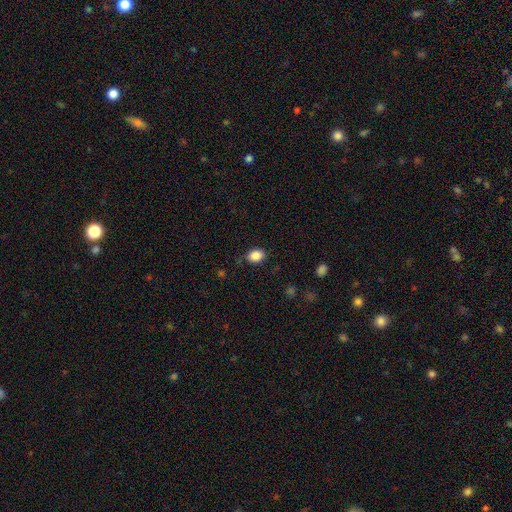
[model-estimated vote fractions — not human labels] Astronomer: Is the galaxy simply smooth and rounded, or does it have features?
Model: smooth — 87%.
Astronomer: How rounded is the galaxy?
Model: in between — 63%.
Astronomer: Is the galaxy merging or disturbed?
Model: none — 80%.